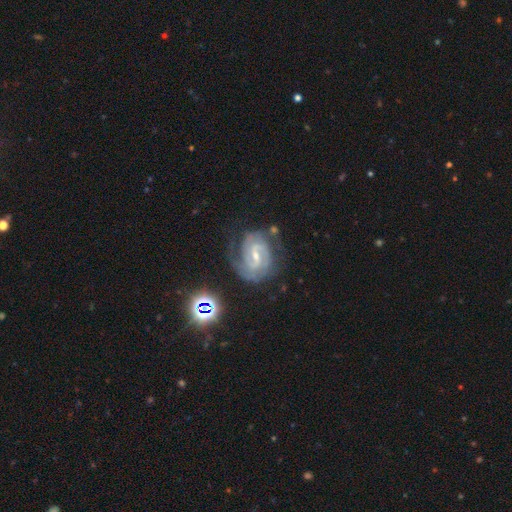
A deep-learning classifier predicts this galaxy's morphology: Smooth or featured: featured or disk — 89% (star or artifact — 6%)
Edge-on disk: no — 98% (yes — 2%)
Bar: weak — 54% (strong — 32%)
Spiral arms: yes — 98% (no — 2%)
Spiral winding: tight — 52% (medium — 41%)
Spiral arm count: 2 — 72% (3 — 12%)
Bulge size: small — 61% (moderate — 34%)
Merging: none — 67% (minor disturbance — 21%)